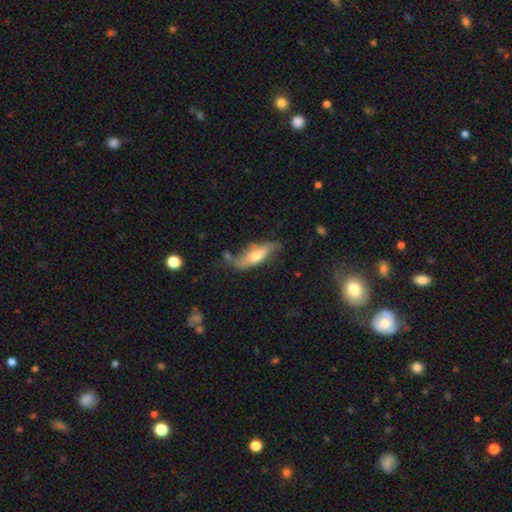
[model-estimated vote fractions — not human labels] A smooth galaxy with no disk features (51%) that is in between round and cigar-shaped (55%).

Vote fractions:
- Smooth or featured? smooth: 51% / featured or disk: 42% / star or artifact: 7%
- How rounded? in between: 55% / cigar-shaped: 43% / round: 3%
- Merging? none: 55% / minor disturbance: 28% / major disturbance: 11% / merger: 7%